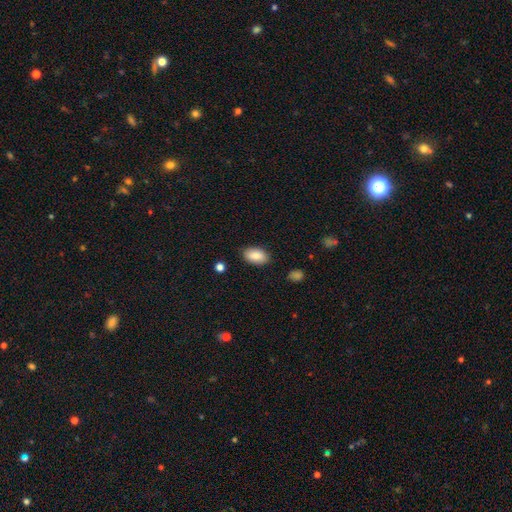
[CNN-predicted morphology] A smooth galaxy with no disk features (85%) that is in between round and cigar-shaped (92%). Merging: none (85%).